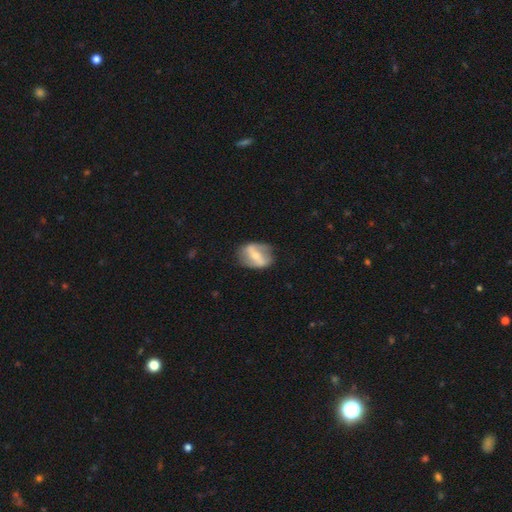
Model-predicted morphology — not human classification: featured or disk 66%, smooth 28%, star or artifact 6%. Down the decision tree: edge-on disk — no (91%); bar — strong (66%); spiral arms — yes (56%); bulge size — small (47%); merging — none (71%).